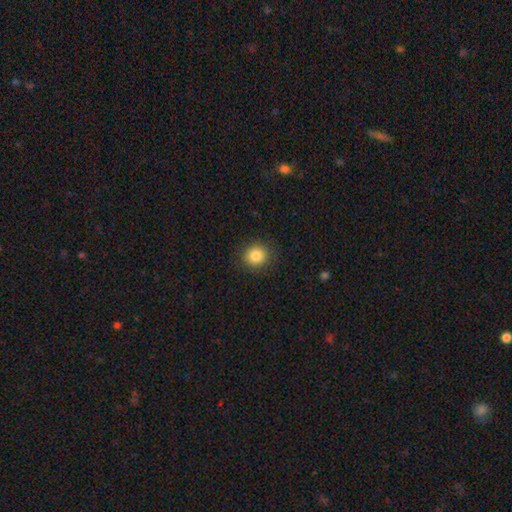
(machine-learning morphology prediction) A smooth galaxy with no disk features (85%) that is round (90%). Merging: none (90%).